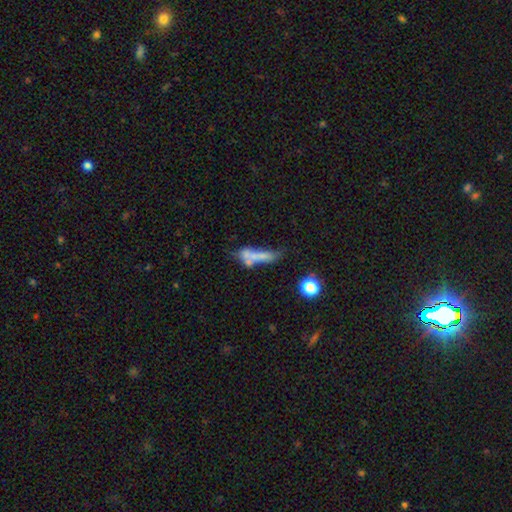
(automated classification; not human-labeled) A smooth galaxy with no disk features (51%) that is cigar-shaped (51%).

Vote fractions:
- Smooth or featured? smooth: 51% / featured or disk: 35% / star or artifact: 14%
- How rounded? cigar-shaped: 51% / in between: 41% / round: 8%
- Merging? merger: 38% / none: 25% / major disturbance: 21% / minor disturbance: 16%